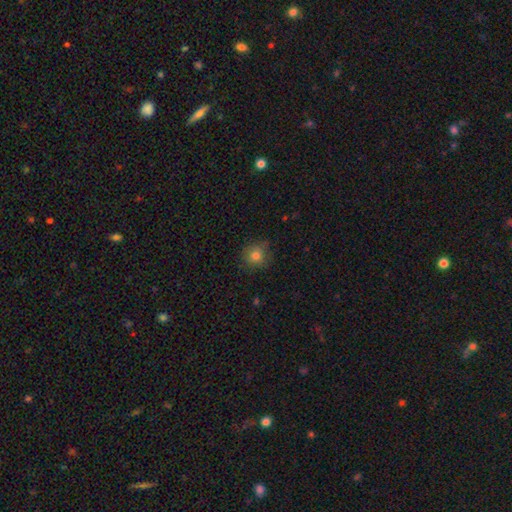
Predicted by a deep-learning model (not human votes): A smooth galaxy with no disk features (79%) that is round (91%). Merging: none (81%).